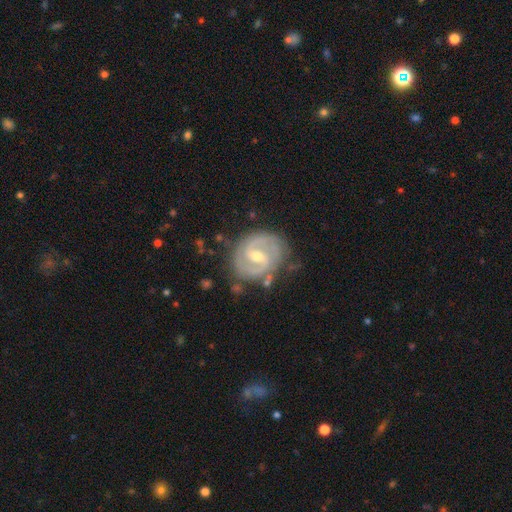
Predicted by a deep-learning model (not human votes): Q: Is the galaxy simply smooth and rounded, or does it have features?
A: featured or disk — 89%.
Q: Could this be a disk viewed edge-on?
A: no — 98%.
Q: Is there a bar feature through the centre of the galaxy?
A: weak — 55%.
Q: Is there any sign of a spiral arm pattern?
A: yes — 97%.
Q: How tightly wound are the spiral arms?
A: tight — 48%.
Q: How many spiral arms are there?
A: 2 — 86%.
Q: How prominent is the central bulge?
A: moderate — 58%.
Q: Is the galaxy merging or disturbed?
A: none — 76%.